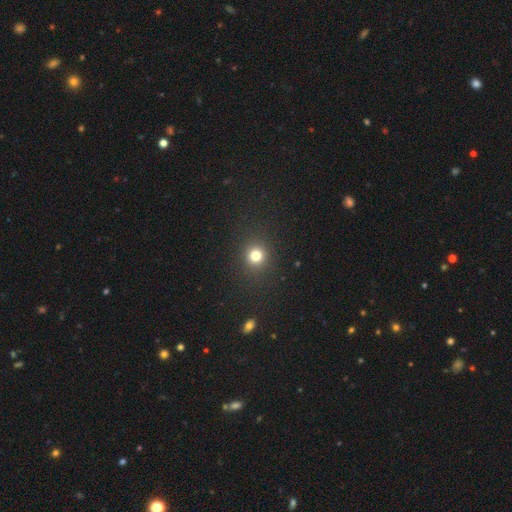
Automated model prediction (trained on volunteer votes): This appears to be a smooth galaxy with no disk features (79%) that is round (88%). Merging: none (89%).